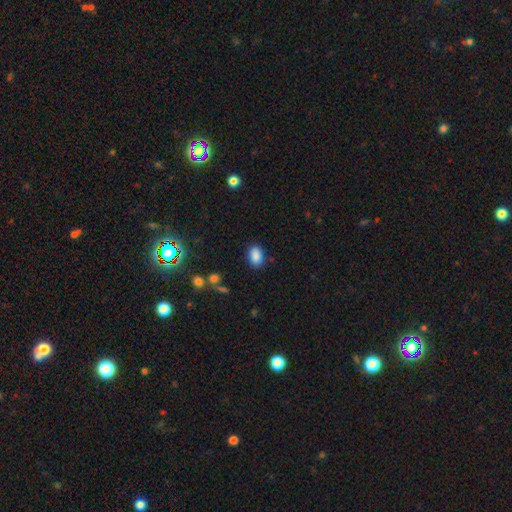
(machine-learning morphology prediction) Q: Smooth or featured?
A: smooth (87%); runner-up: star or artifact (9%)
Q: How rounded?
A: in between (85%); runner-up: round (13%)
Q: Merging?
A: none (83%); runner-up: minor disturbance (12%)